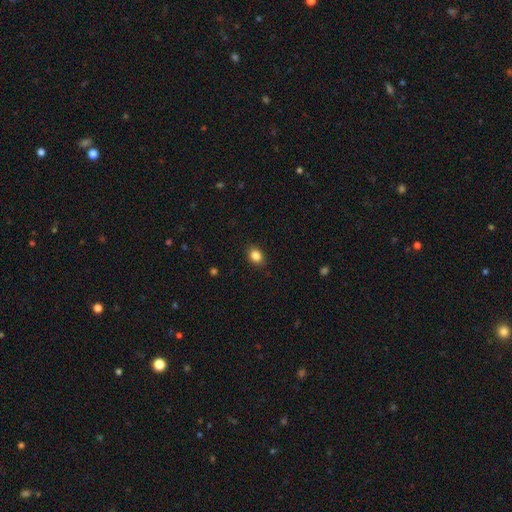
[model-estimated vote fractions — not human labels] smooth_or_featured: smooth (p=0.85) [alt: star or artifact p=0.10]
how_rounded: in between (p=0.57) [alt: round p=0.42]
merging: none (p=0.87) [alt: minor disturbance p=0.09]